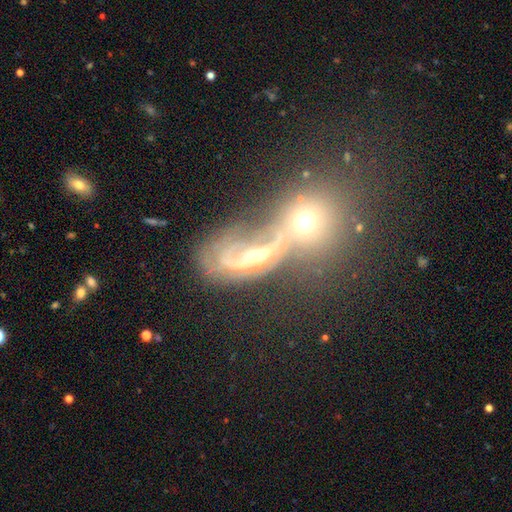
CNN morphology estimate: A featured or disk galaxy (58%).

Vote fractions:
- Smooth or featured? featured or disk: 58% / smooth: 26% / star or artifact: 16%
- Edge-on disk? no: 81% / yes: 19%
- Merging? merger: 53% / none: 24% / major disturbance: 13% / minor disturbance: 10%